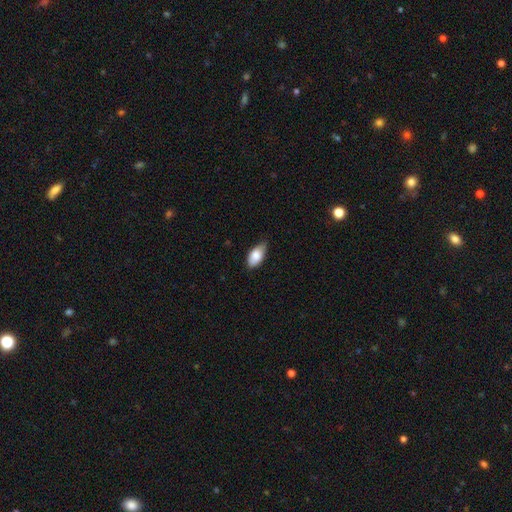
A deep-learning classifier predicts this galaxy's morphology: smooth_or_featured: smooth (p=0.83) [alt: featured or disk p=0.11]
how_rounded: in between (p=0.92) [alt: cigar-shaped p=0.05]
merging: none (p=0.72) [alt: minor disturbance p=0.24]